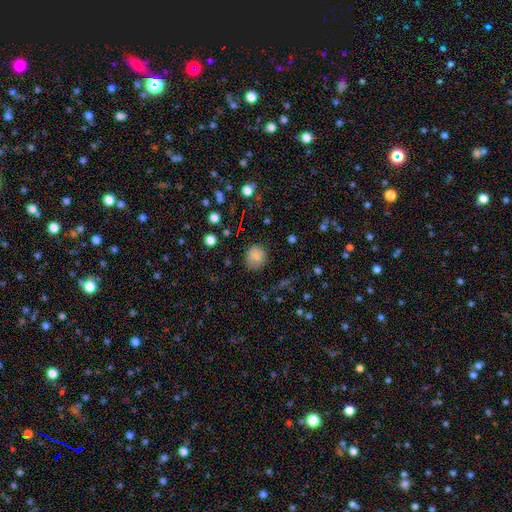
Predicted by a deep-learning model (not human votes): Overall: smooth (84%). How rounded: round (80%). Merging: none (84%).